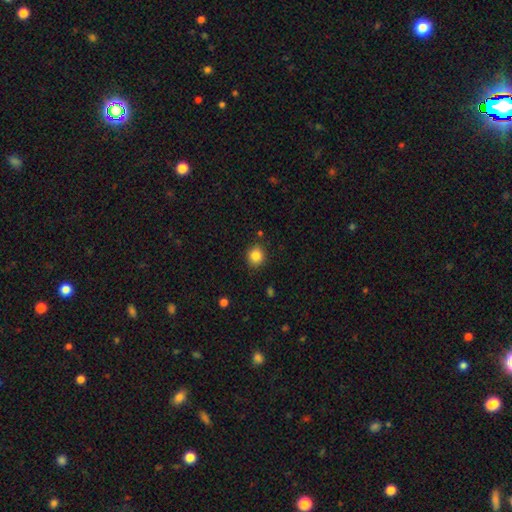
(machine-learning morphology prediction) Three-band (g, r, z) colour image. It shows a smooth galaxy with no disk features (85%) that is round (83%). Merging: none (87%).